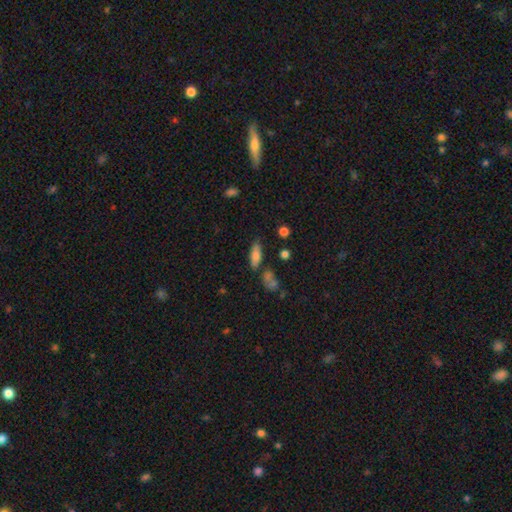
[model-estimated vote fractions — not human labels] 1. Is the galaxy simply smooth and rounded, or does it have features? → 73% smooth, 18% featured or disk, 9% star or artifact.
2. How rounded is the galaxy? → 64% in between, 32% cigar-shaped, 3% round.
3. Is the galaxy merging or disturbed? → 67% none, 17% minor disturbance, 11% merger, 5% major disturbance.